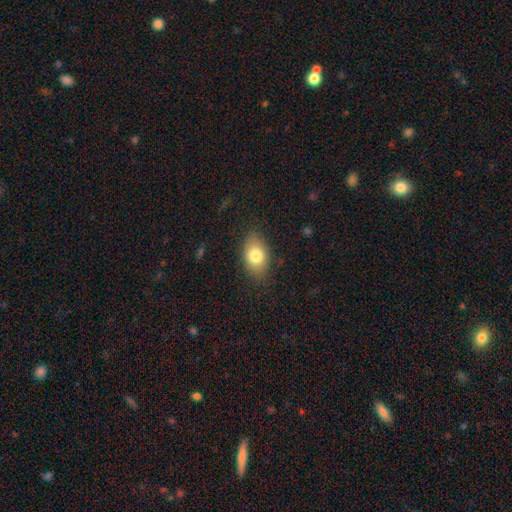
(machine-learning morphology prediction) Smooth or featured? smooth (79%)
How rounded? in between (83%)
Merging? none (79%)